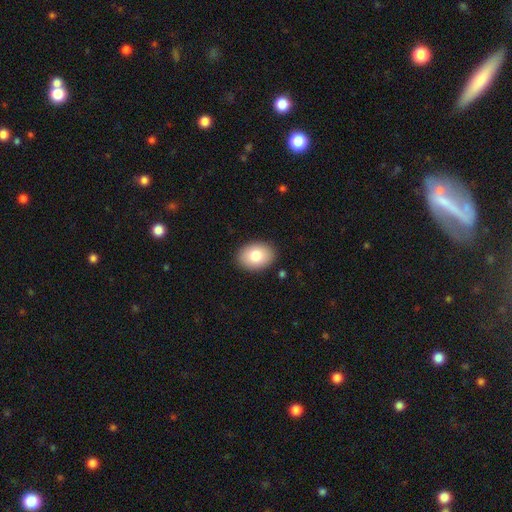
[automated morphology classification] smooth 81%, featured or disk 12%, star or artifact 8%. Down the decision tree: how rounded — in between (74%); merging — none (89%).